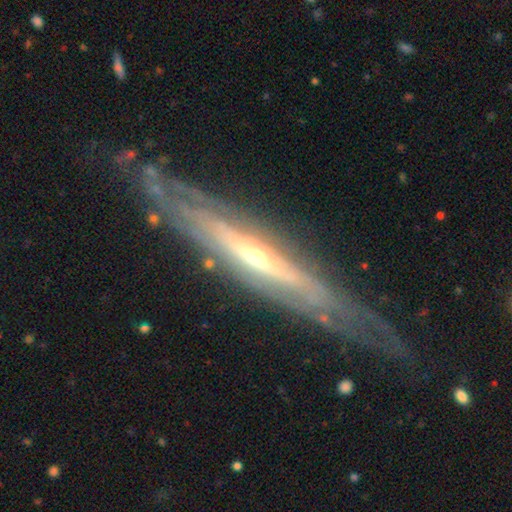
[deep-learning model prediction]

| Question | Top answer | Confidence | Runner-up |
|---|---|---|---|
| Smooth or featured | featured or disk | 85% | smooth (9%) |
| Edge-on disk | yes | 67% | no (33%) |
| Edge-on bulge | rounded | 65% | none (32%) |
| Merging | none | 73% | minor disturbance (18%) |